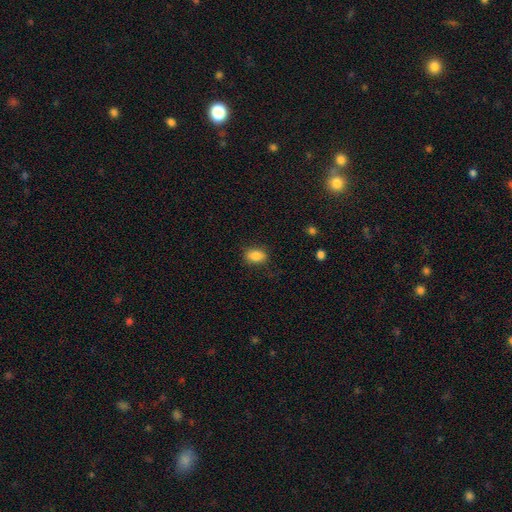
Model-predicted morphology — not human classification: A smooth galaxy with no disk features (86%) that is in between round and cigar-shaped (80%).

Vote fractions:
- Smooth or featured? smooth: 86% / star or artifact: 9% / featured or disk: 5%
- How rounded? in between: 80% / round: 19% / cigar-shaped: 1%
- Merging? none: 84% / minor disturbance: 12% / major disturbance: 3% / merger: 1%